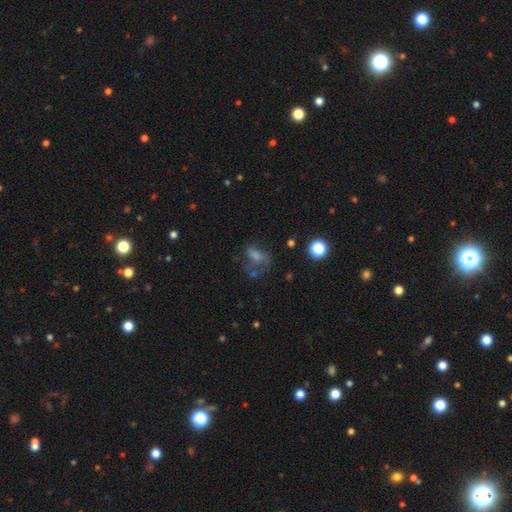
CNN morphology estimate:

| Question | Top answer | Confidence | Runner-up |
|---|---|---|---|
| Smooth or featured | featured or disk | 46% | smooth (30%) |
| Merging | none | 42% | major disturbance (31%) |